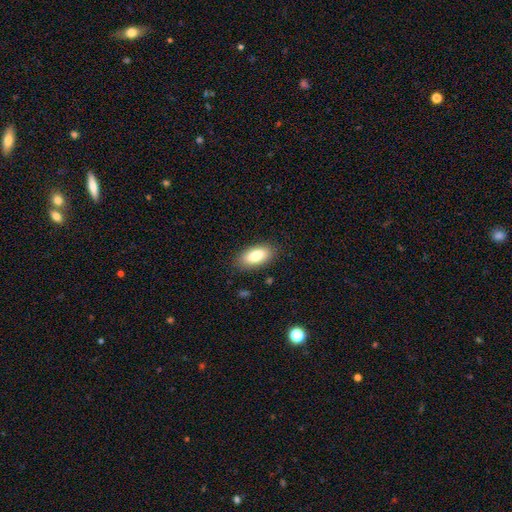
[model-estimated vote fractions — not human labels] Smooth or featured?
  - smooth: 84% *
  - featured or disk: 10%
  - star or artifact: 7%
How rounded?
  - in between: 90% *
  - cigar-shaped: 7%
  - round: 3%
Merging?
  - none: 86% *
  - minor disturbance: 10%
  - major disturbance: 3%
  - merger: 1%